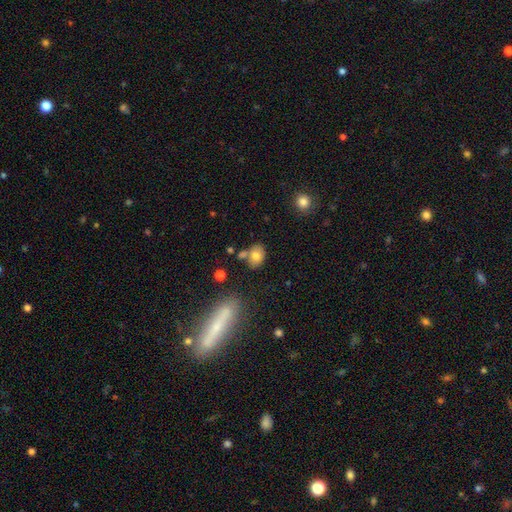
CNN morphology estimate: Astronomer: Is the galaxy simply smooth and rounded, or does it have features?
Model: smooth — 77%.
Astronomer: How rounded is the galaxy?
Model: in between — 73%.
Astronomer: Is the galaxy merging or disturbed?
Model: none — 66%.